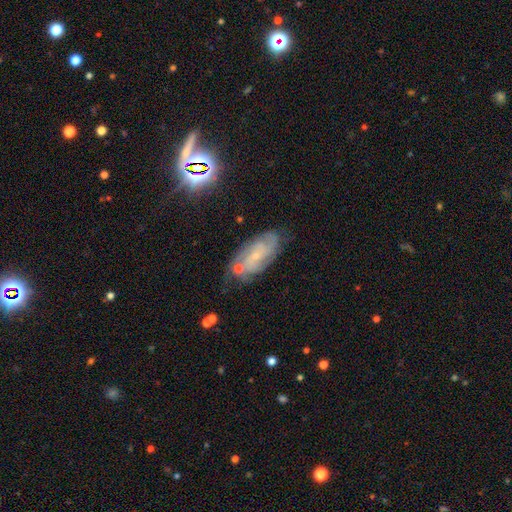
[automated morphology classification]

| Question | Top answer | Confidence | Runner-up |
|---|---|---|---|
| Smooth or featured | featured or disk | 74% | smooth (15%) |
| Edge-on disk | no | 93% | yes (7%) |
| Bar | no | 62% | weak (31%) |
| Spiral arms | yes | 94% | no (6%) |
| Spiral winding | tight | 55% | medium (35%) |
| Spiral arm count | can't tell | 33% | 2 (27%) |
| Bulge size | small | 75% | moderate (15%) |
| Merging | none | 67% | minor disturbance (20%) |